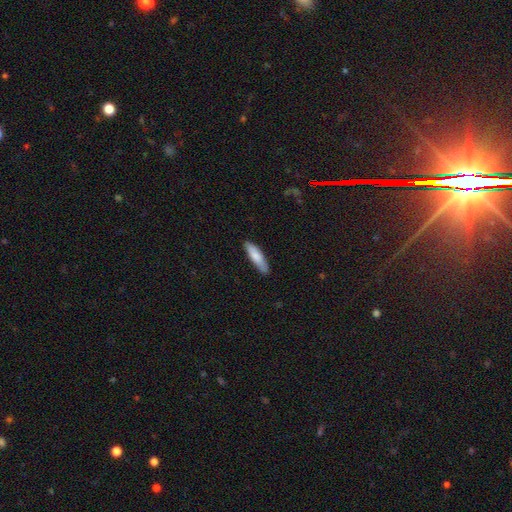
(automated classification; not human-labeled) Smooth or featured? smooth (80%)
How rounded? cigar-shaped (68%)
Merging? none (86%)